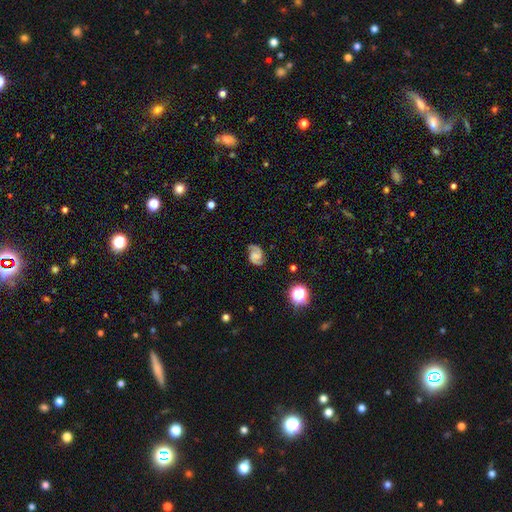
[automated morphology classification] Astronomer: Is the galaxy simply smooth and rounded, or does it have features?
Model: featured or disk — 82%.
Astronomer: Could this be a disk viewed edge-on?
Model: no — 98%.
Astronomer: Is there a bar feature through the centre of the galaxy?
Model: no — 47% (runner-up: weak, 42%).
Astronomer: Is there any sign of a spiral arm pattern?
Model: yes — 97%.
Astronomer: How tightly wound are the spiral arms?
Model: medium — 54%.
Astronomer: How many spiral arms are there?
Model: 2 — 92%.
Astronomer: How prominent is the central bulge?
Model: none — 45% (runner-up: small, 29%).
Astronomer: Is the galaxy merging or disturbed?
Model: none — 80%.